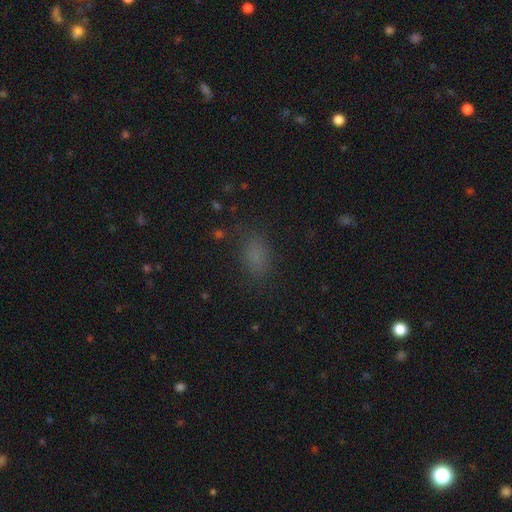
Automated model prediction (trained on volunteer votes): Overall: smooth (76%). How rounded: in between (84%). Merging: none (78%).